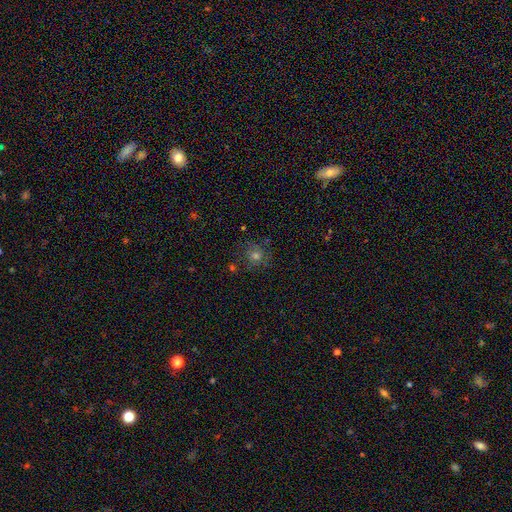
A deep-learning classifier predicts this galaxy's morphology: Overall: smooth (48%; star or artifact 28%). Merging: none (75%).